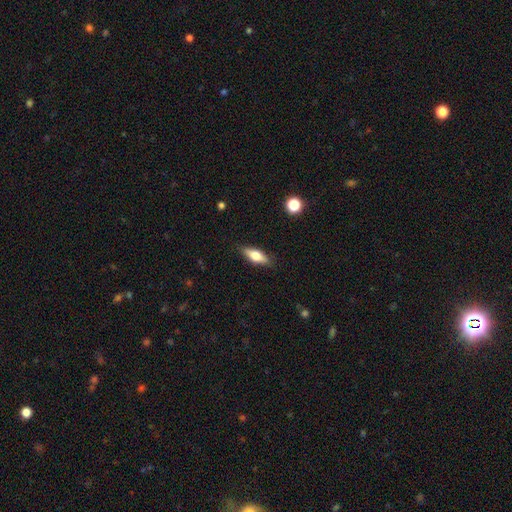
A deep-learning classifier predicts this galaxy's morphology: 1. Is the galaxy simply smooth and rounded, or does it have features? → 60% smooth, 33% featured or disk, 7% star or artifact.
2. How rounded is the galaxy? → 62% in between, 34% cigar-shaped, 3% round.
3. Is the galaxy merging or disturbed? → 86% none, 10% minor disturbance, 2% major disturbance, 1% merger.